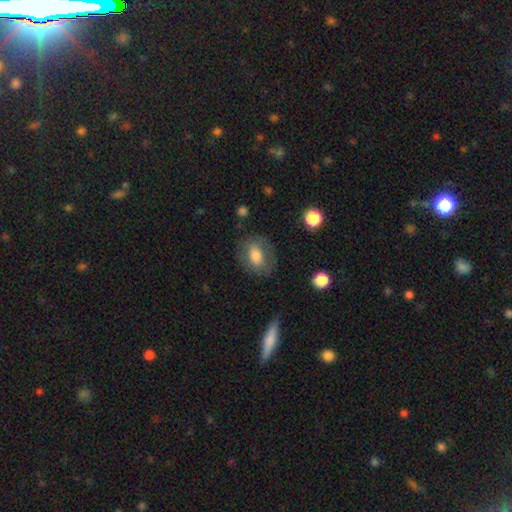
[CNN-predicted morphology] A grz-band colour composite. It shows a smooth galaxy with no disk features (67%) that is in between round and cigar-shaped (69%). Merging: none (74%).